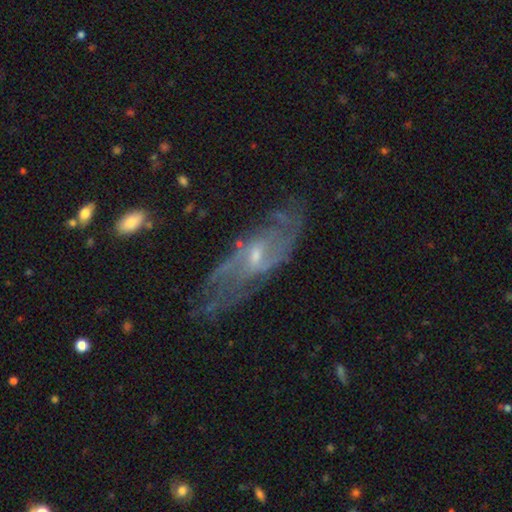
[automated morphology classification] Q: Smooth or featured?
A: featured or disk (75%); runner-up: smooth (15%)
Q: Edge-on disk?
A: no (81%); runner-up: yes (19%)
Q: Bar?
A: weak (47%); runner-up: no (42%)
Q: Spiral arms?
A: yes (79%); runner-up: no (21%)
Q: Bulge size?
A: small (60%); runner-up: moderate (33%)
Q: Merging?
A: none (67%); runner-up: minor disturbance (20%)